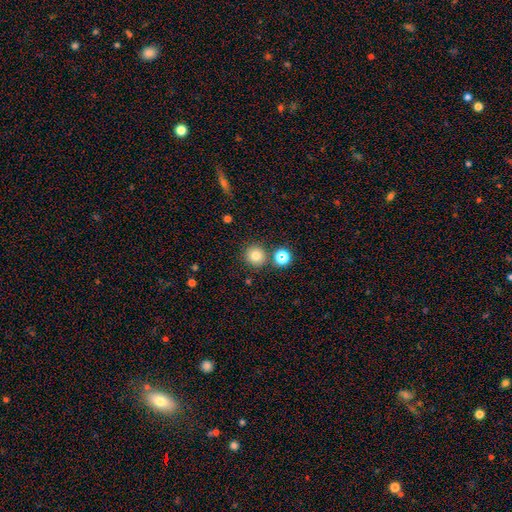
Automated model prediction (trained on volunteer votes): Smooth or featured: smooth — 78% (star or artifact — 15%)
How rounded: round — 93% (in between — 6%)
Merging: none — 83% (merger — 8%)